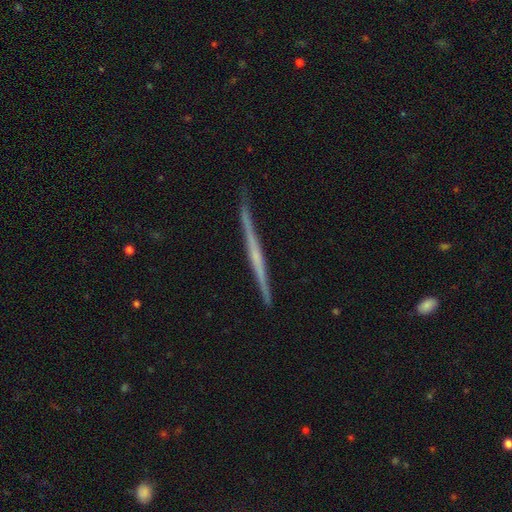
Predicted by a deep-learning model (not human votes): A featured or disk galaxy (69%) viewed edge-on (98%) with no central bulge (74%). Merging: none (88%).